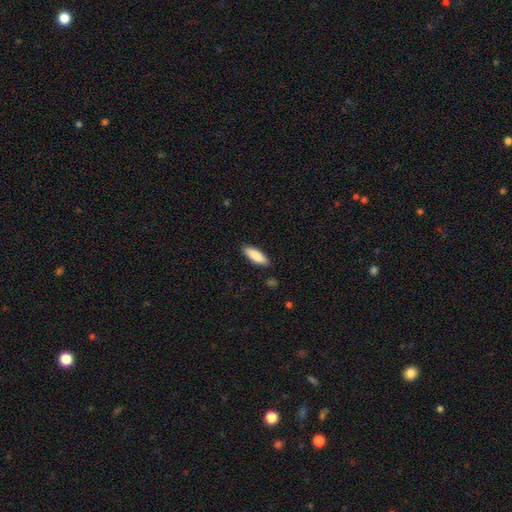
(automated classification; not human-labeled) smooth 87%, featured or disk 7%, star or artifact 6%. Down the decision tree: how rounded — in between (57%); merging — none (87%).